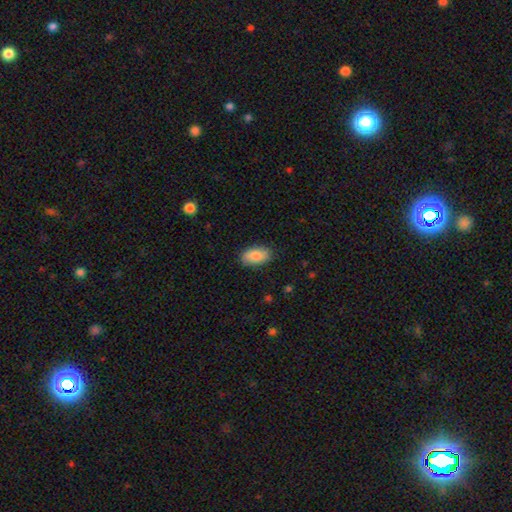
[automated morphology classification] The model was most divided on "merging": none: 84%, minor disturbance: 12%, major disturbance: 3%, merger: 1%. More confident: how rounded — in between (93%); smooth or featured — smooth (84%).